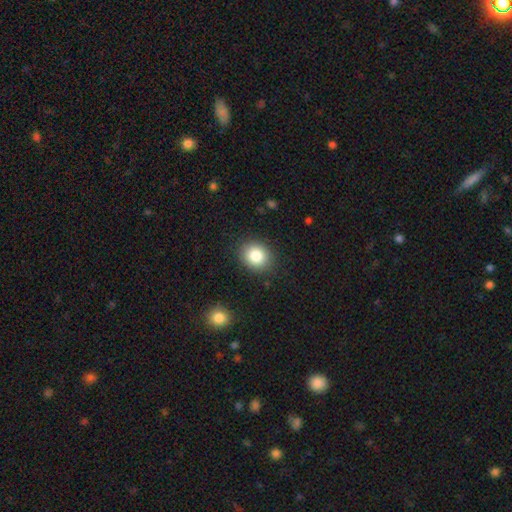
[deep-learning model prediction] The model was most divided on "how rounded": round: 62%, in between: 37%, cigar-shaped: 1%. More confident: merging — none (88%); smooth or featured — smooth (84%).